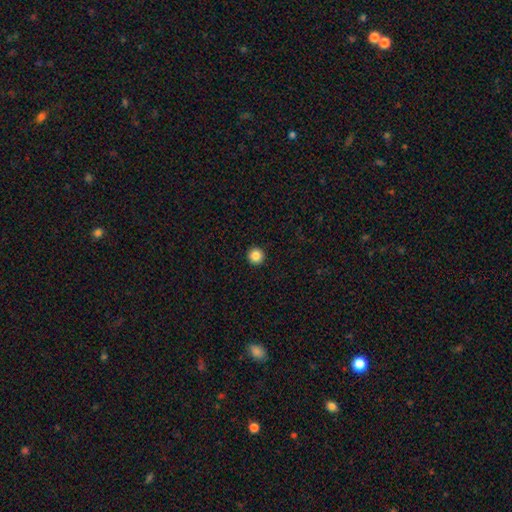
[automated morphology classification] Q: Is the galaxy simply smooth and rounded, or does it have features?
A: smooth — 85%.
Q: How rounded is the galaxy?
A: round — 96%.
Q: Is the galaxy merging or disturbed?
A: none — 94%.